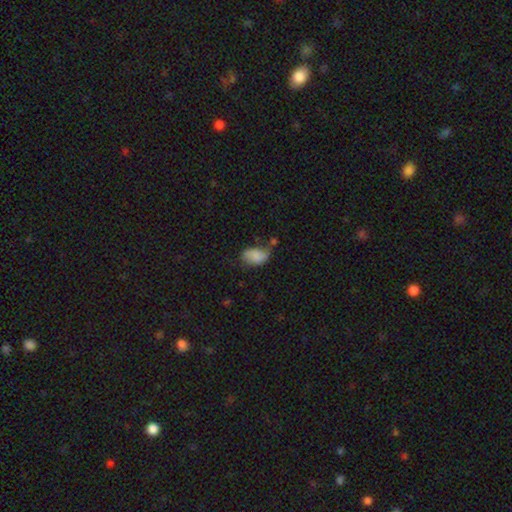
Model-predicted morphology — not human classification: A smooth galaxy with no disk features (77%) that is in between round and cigar-shaped (90%). Merging: none (45%).